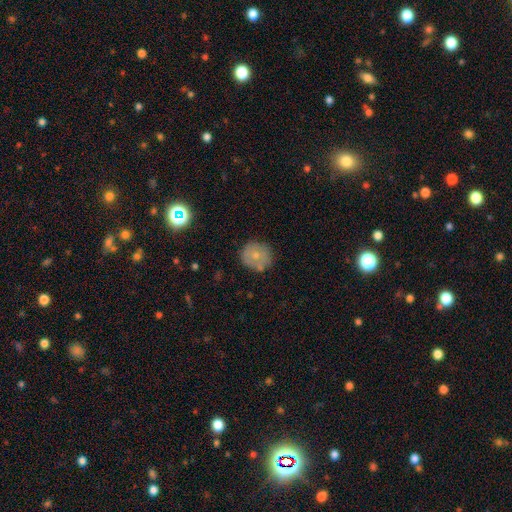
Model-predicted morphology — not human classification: Smooth or featured? smooth (65%)
How rounded? round (88%)
Merging? none (73%)